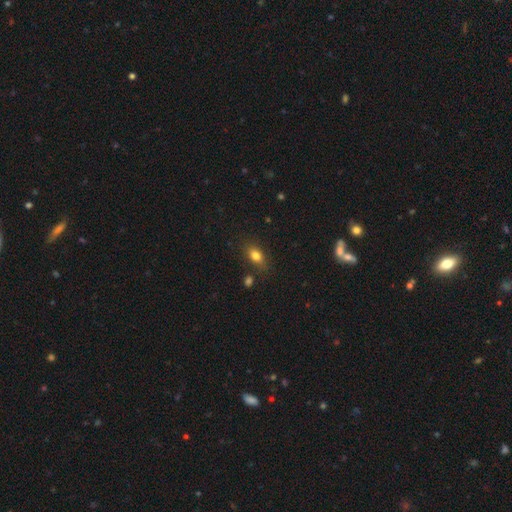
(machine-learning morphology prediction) Smooth or featured?
  - smooth: 81% *
  - star or artifact: 11%
  - featured or disk: 8%
How rounded?
  - in between: 78% *
  - round: 18%
  - cigar-shaped: 4%
Merging?
  - none: 79% *
  - minor disturbance: 14%
  - merger: 4%
  - major disturbance: 4%